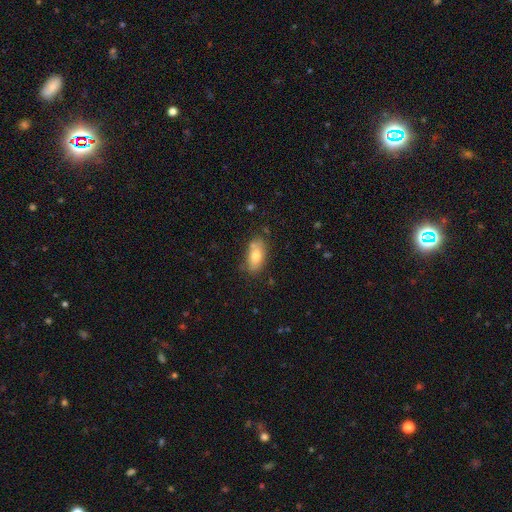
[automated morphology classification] Smooth or featured? Predicted: smooth (p=0.75). How rounded? Predicted: in between (p=0.89). Merging? Predicted: none (p=0.71).